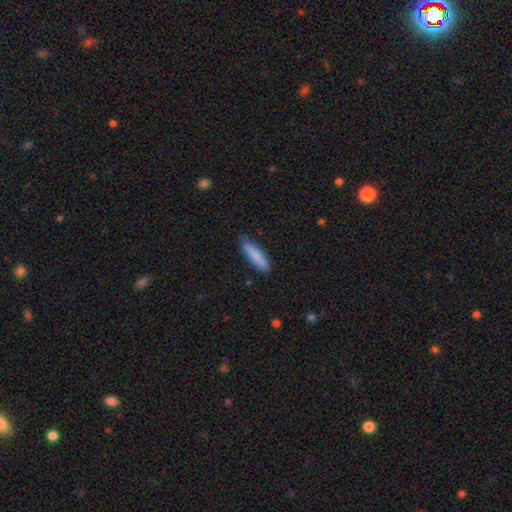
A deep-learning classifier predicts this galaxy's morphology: smooth 85%, featured or disk 10%, star or artifact 6%. Down the decision tree: how rounded — cigar-shaped (76%); merging — none (79%).